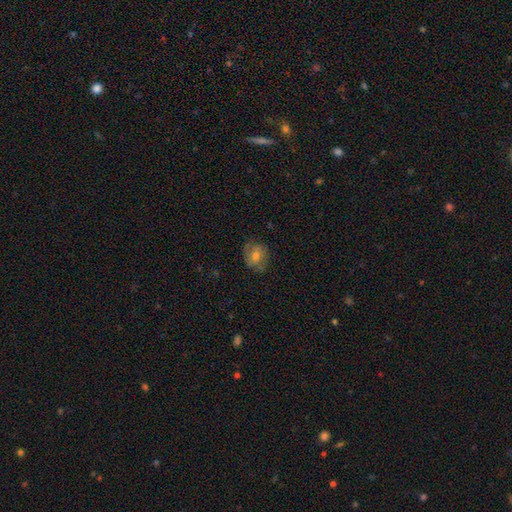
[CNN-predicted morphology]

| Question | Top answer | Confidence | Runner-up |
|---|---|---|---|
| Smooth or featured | smooth | 50% | featured or disk (39%) |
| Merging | none | 76% | minor disturbance (17%) |